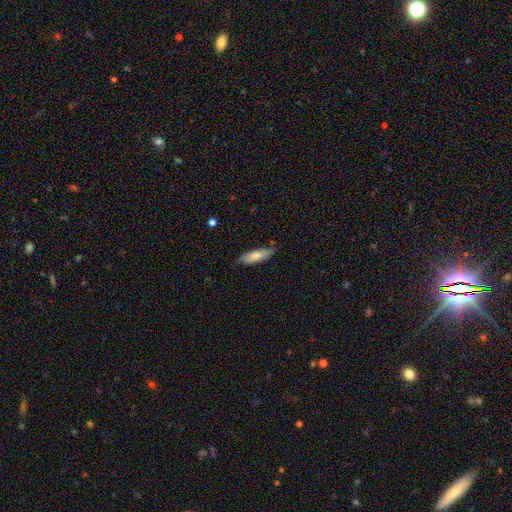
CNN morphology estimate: This is likely a smooth galaxy (78%). How rounded: possibly in between (55%). Merging: clearly none (81%).